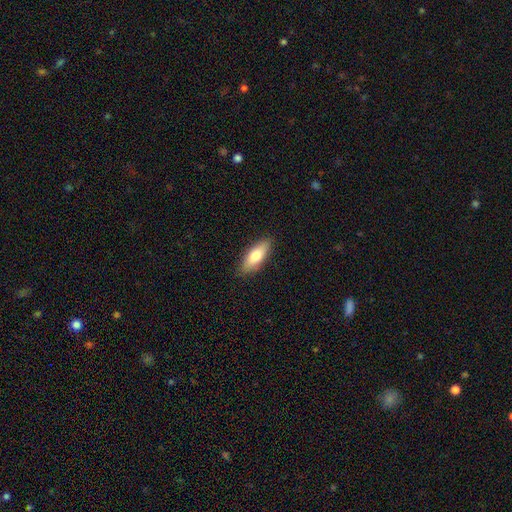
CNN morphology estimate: Smooth or featured? smooth (75%)
How rounded? in between (68%)
Merging? none (86%)